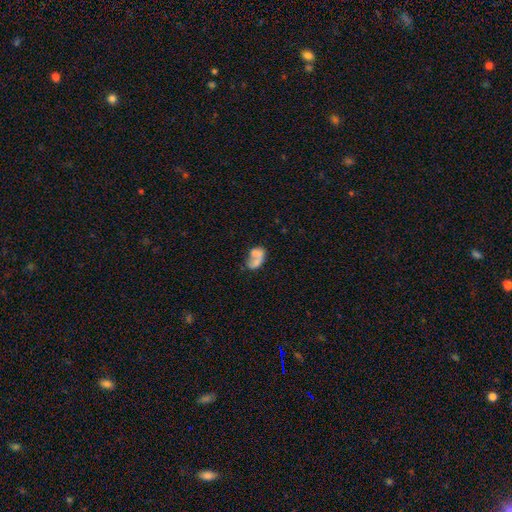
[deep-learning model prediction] This is possibly a smooth galaxy (56%). How rounded: clearly in between (85%). Merging: marginally merger (39%).